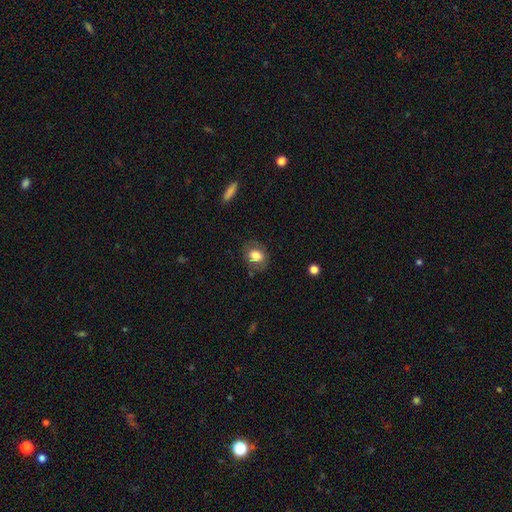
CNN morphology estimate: This is likely a smooth galaxy (75%). How rounded: possibly in between (53%). Merging: likely none (72%).